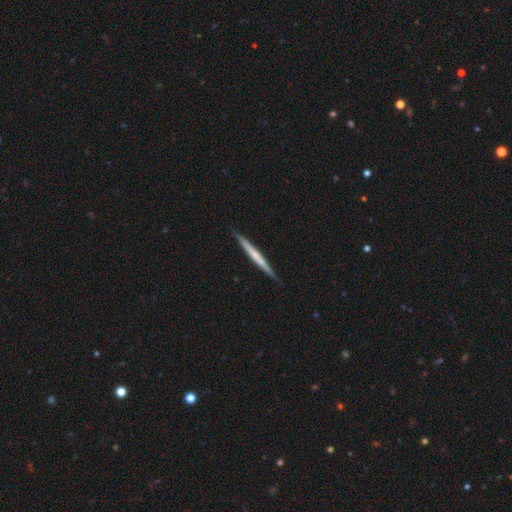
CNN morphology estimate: Q: Smooth or featured?
A: featured or disk (52%); runner-up: smooth (43%)
Q: Edge-on disk?
A: yes (97%); runner-up: no (3%)
Q: Edge-on bulge?
A: none (72%); runner-up: rounded (21%)
Q: Merging?
A: none (90%); runner-up: minor disturbance (8%)